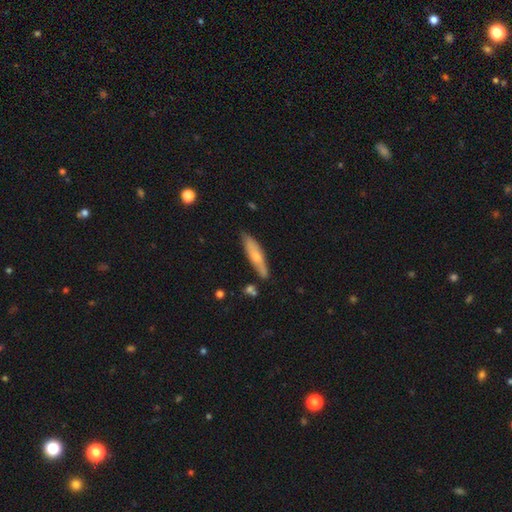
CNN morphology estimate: Smooth or featured? smooth (62%)
How rounded? cigar-shaped (77%)
Merging? none (78%)